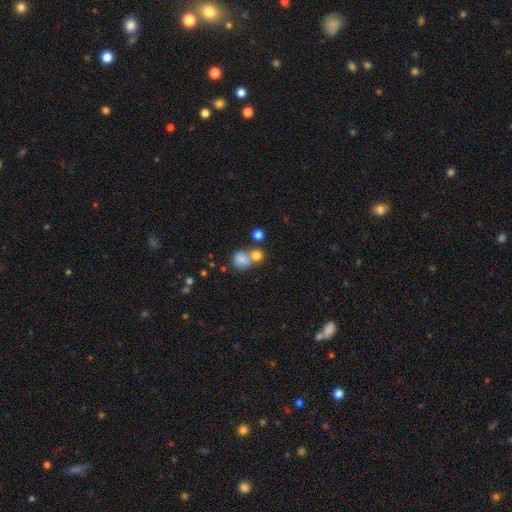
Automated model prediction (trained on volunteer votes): This is likely a smooth galaxy (77%). How rounded: likely round (75%). Merging: possibly merger (48%).